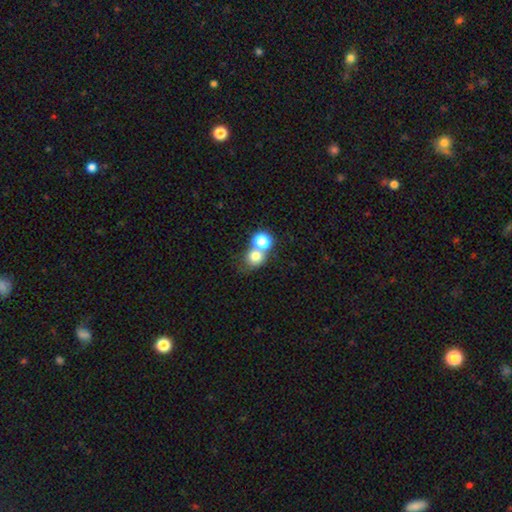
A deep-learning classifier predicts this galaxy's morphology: Overall: smooth (74%). How rounded: round (78%). Merging: merger (48%; none 41%).